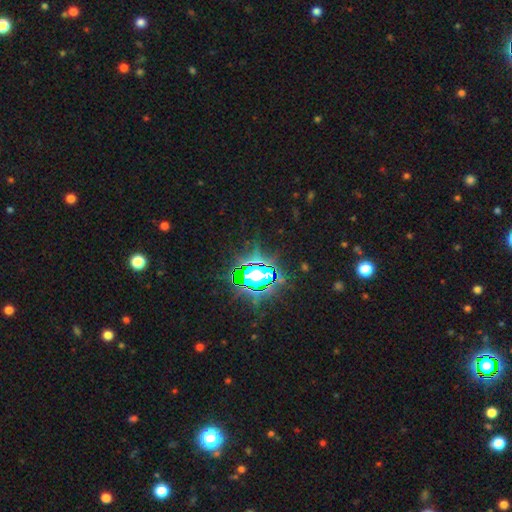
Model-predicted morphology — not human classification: Smooth or featured?
  - star or artifact: 76% *
  - smooth: 14%
  - featured or disk: 11%